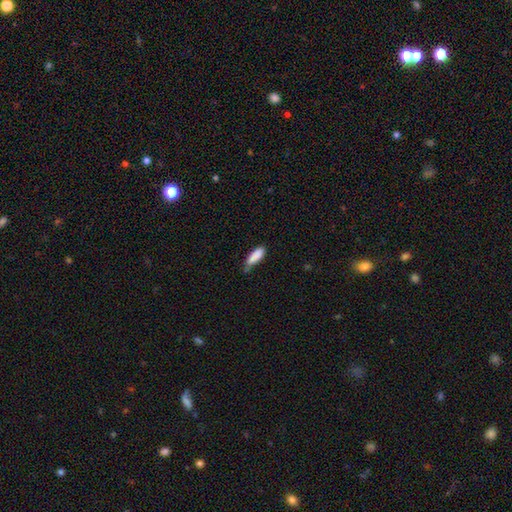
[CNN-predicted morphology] The model was most divided on "how rounded": in between: 54%, cigar-shaped: 44%, round: 2%. Remaining: smooth or featured — smooth (87%); merging — none (49%).